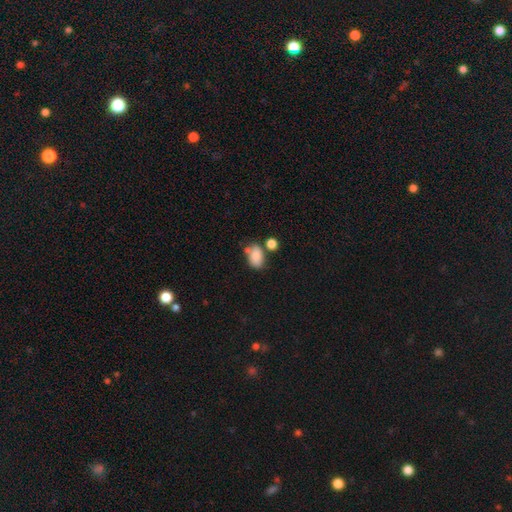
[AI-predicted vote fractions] smooth 81%, featured or disk 10%, star or artifact 9%. Down the decision tree: how rounded — in between (83%); merging — none (51%).